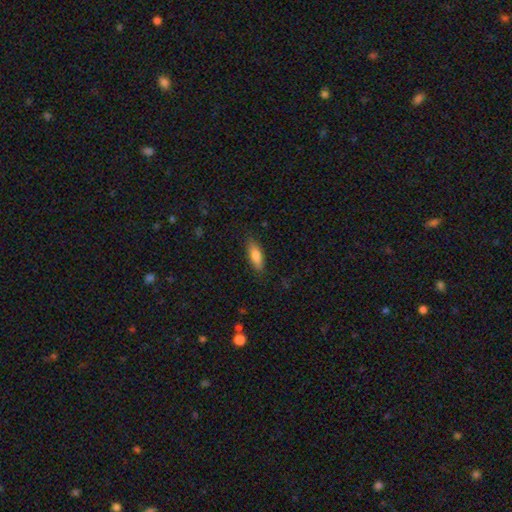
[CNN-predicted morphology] Smooth or featured: smooth — 80% (featured or disk — 13%)
How rounded: in between — 63% (cigar-shaped — 35%)
Merging: none — 84% (minor disturbance — 12%)